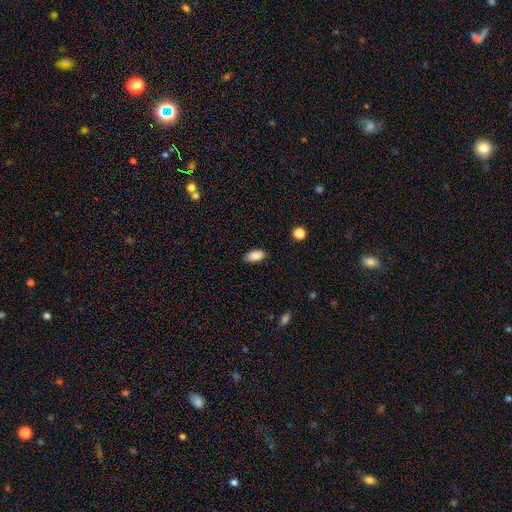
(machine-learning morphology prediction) This appears to be a smooth galaxy with no disk features (88%) that is in between round and cigar-shaped (93%). Merging: none (83%).